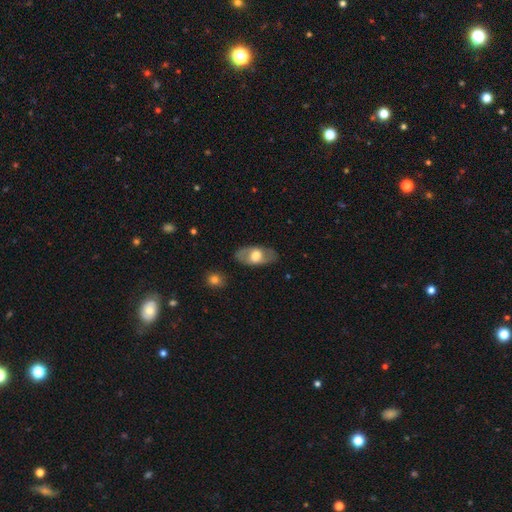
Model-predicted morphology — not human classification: type=smooth (51%); roundness=in between (90%); merging=none (81%).